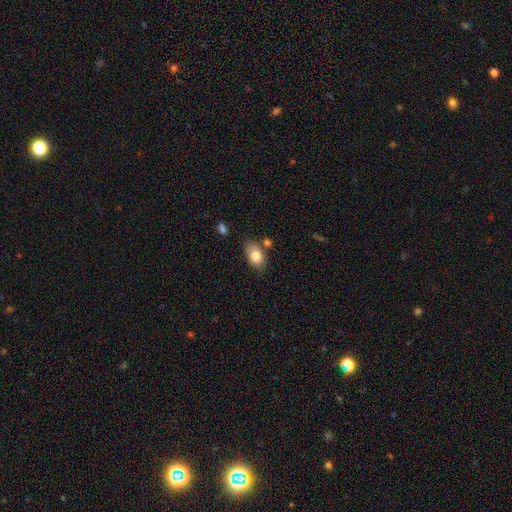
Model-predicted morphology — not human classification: Smooth or featured?
  - smooth: 80% *
  - featured or disk: 12%
  - star or artifact: 7%
How rounded?
  - in between: 89% *
  - round: 10%
  - cigar-shaped: 1%
Merging?
  - none: 72% *
  - minor disturbance: 16%
  - merger: 8%
  - major disturbance: 3%